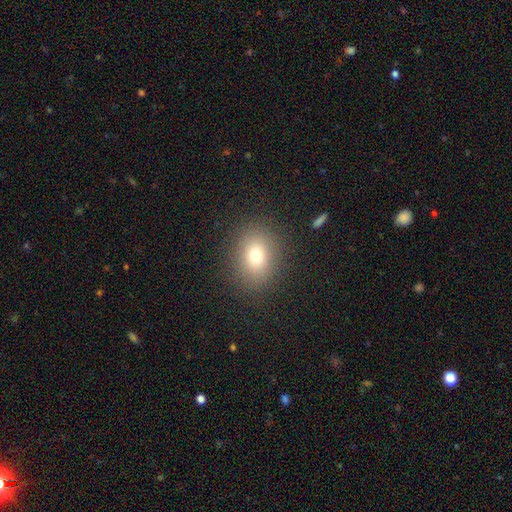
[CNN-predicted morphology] The model was most divided on "how rounded": in between: 53%, round: 46%, cigar-shaped: 1%. More confident: merging — none (87%); smooth or featured — smooth (74%).